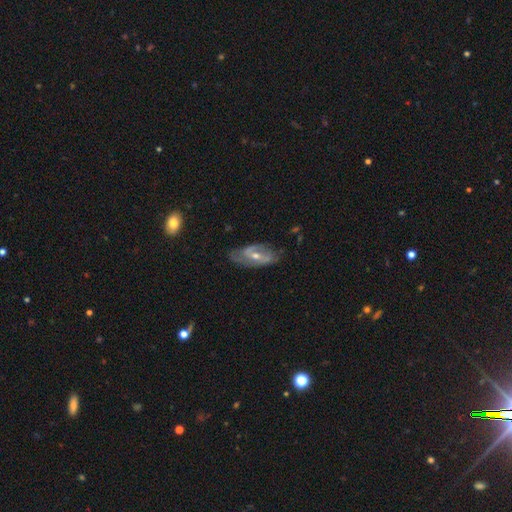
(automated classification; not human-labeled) Q: Smooth or featured?
A: featured or disk (75%); runner-up: smooth (17%)
Q: Edge-on disk?
A: no (89%); runner-up: yes (11%)
Q: Bar?
A: weak (43%); runner-up: no (34%)
Q: Spiral arms?
A: yes (79%); runner-up: no (21%)
Q: Spiral winding?
A: medium (43%); runner-up: tight (34%)
Q: Spiral arm count?
A: 2 (66%); runner-up: can't tell (22%)
Q: Bulge size?
A: moderate (53%); runner-up: small (43%)
Q: Merging?
A: none (69%); runner-up: minor disturbance (22%)